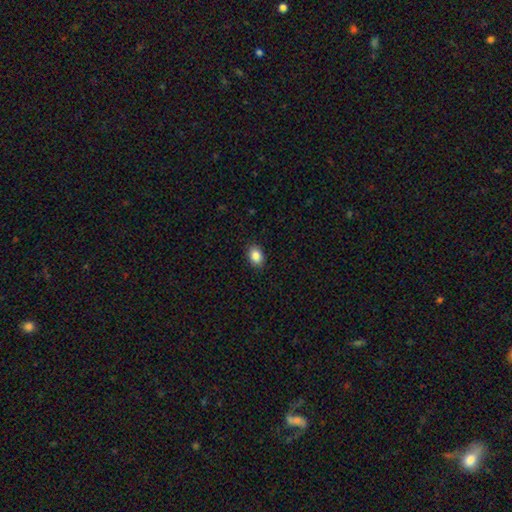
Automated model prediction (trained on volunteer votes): The model was most divided on "how rounded": in between: 79%, round: 20%, cigar-shaped: 1%. More confident: merging — none (89%); smooth or featured — smooth (87%).